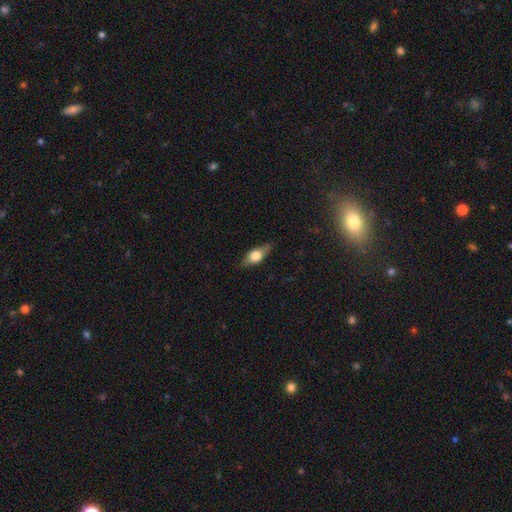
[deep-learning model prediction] A smooth galaxy with no disk features (50%). Merging: none (84%).